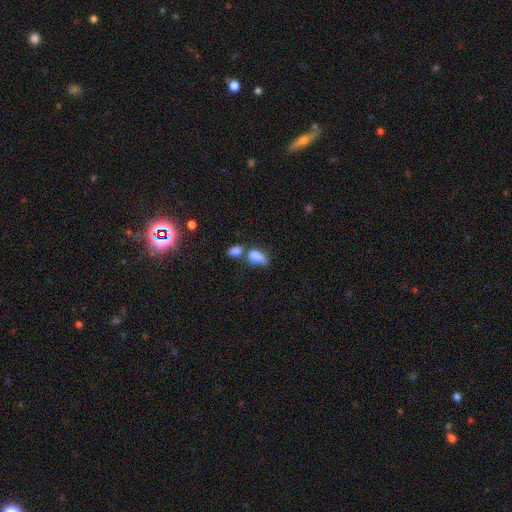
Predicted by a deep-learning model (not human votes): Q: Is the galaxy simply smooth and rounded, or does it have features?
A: smooth — 81%.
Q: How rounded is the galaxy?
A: in between — 85%.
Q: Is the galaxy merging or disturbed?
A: merger — 47%.